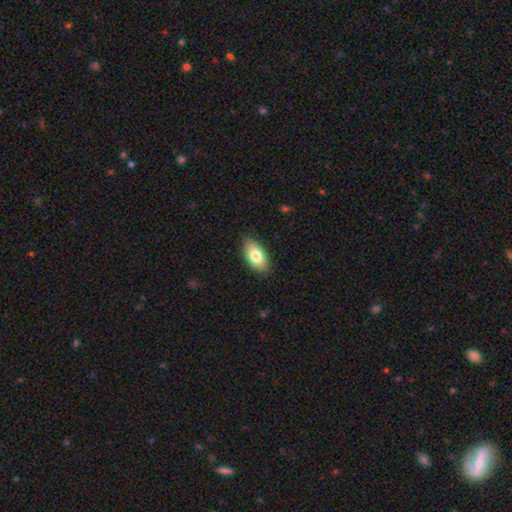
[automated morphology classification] smooth-or-featured: smooth: 80% | featured or disk: 14% | star or artifact: 7%
  how-rounded: in between: 93% | cigar-shaped: 4% | round: 3%
  merging: none: 85% | minor disturbance: 12% | major disturbance: 2% | merger: 1%